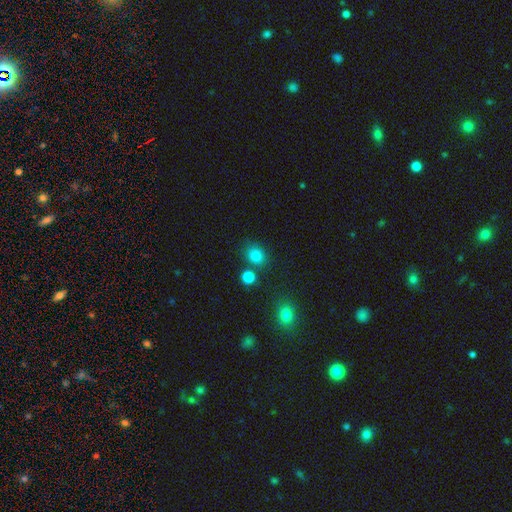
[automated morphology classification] smooth-or-featured: smooth: 81% | star or artifact: 13% | featured or disk: 6%
  how-rounded: round: 70% | in between: 29% | cigar-shaped: 1%
  merging: none: 74% | merger: 12% | minor disturbance: 11% | major disturbance: 3%